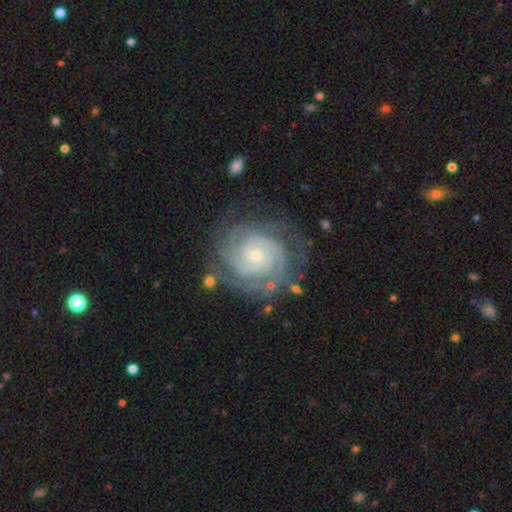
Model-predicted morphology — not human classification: Smooth or featured? featured or disk (89%)
Edge-on disk? no (98%)
Bar? no (71%)
Spiral arms? yes (98%)
Spiral winding? tight (79%)
Spiral arm count? 3 (26%)
Bulge size? small (70%)
Merging? none (75%)